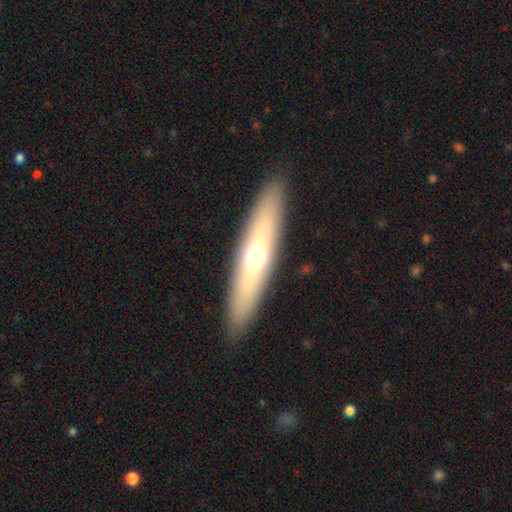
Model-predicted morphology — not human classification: type=smooth (52%); roundness=cigar-shaped (77%); merging=none (89%).